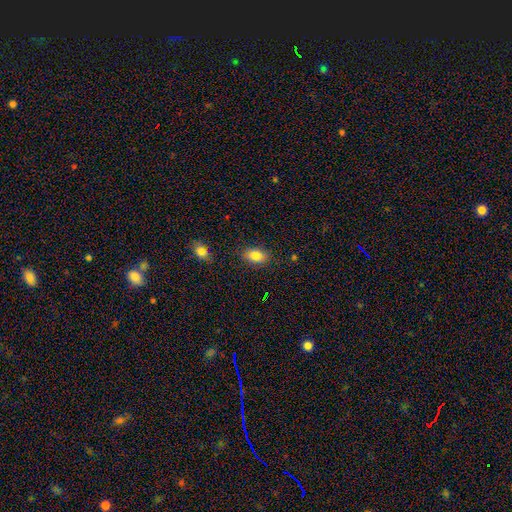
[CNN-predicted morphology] Smooth or featured? Predicted: smooth (p=0.85). How rounded? Predicted: in between (p=0.86). Merging? Predicted: none (p=0.84).